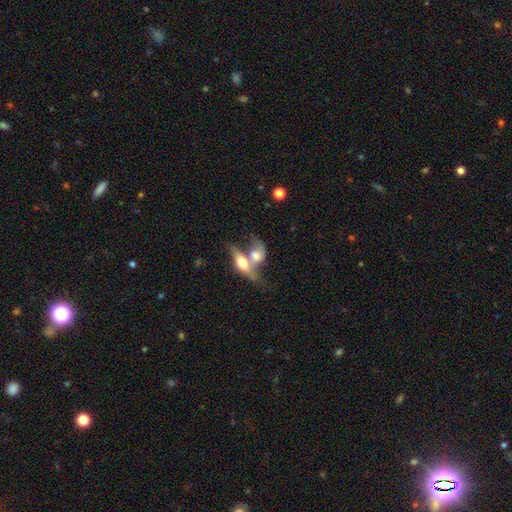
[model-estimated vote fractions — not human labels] Smooth or featured: smooth — 53% (featured or disk — 41%)
How rounded: in between — 74% (cigar-shaped — 14%)
Merging: merger — 76% (none — 12%)